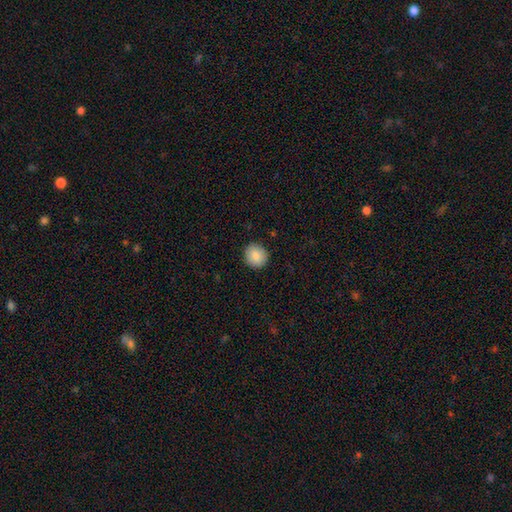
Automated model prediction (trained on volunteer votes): smooth-or-featured: smooth: 87% | star or artifact: 8% | featured or disk: 5%
  how-rounded: round: 90% | in between: 9% | cigar-shaped: 1%
  merging: none: 91% | minor disturbance: 6% | major disturbance: 2% | merger: 1%